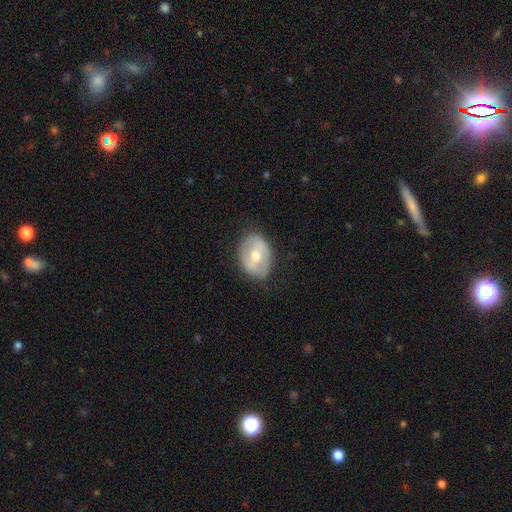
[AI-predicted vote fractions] Morphology: type=featured or disk (53%); edge-on=no (94%); bar=weak (42%); spiral arms=no (61%); bulge=moderate (70%); merging=none (79%).